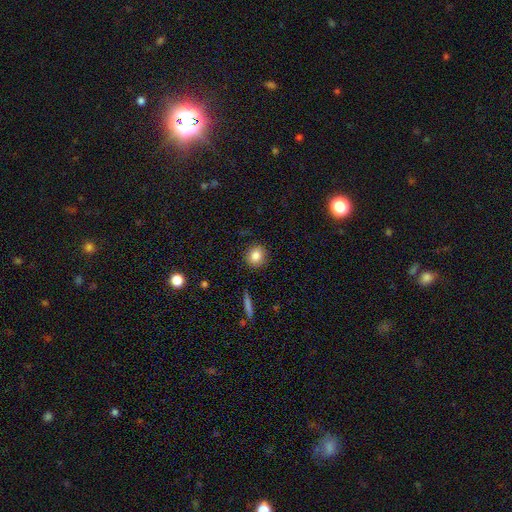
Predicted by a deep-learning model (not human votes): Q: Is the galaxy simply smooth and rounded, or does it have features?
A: smooth — 83%.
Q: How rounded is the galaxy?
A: round — 84%.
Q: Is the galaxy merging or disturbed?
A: none — 89%.